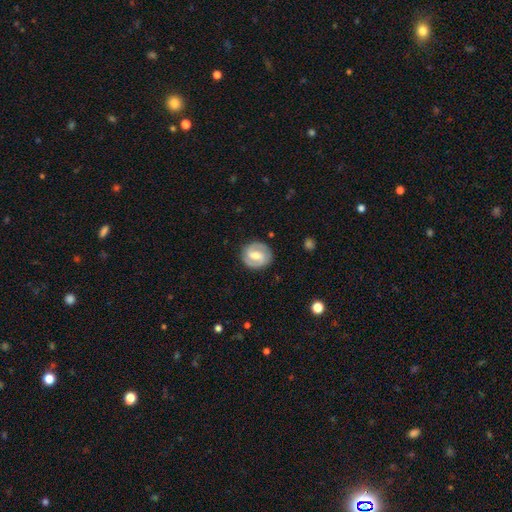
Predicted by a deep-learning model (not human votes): Smooth or featured: featured or disk — 75% (smooth — 20%)
Edge-on disk: no — 98% (yes — 2%)
Bar: weak — 50% (strong — 32%)
Spiral arms: yes — 89% (no — 11%)
Spiral winding: tight — 46% (medium — 42%)
Spiral arm count: 2 — 88% (can't tell — 6%)
Bulge size: moderate — 63% (small — 24%)
Merging: none — 86% (minor disturbance — 10%)